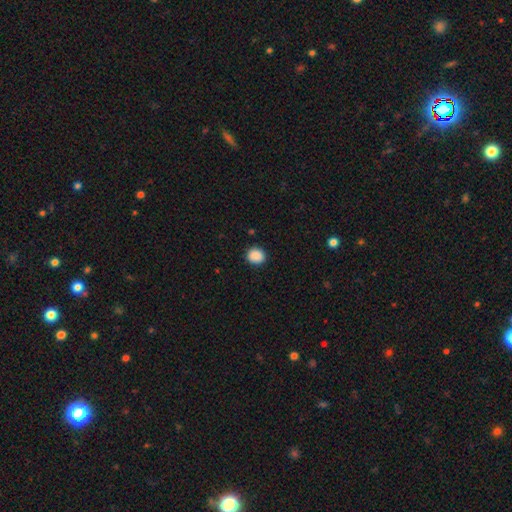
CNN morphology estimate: smooth 89%, star or artifact 9%, featured or disk 2%. Down the decision tree: how rounded — round (77%); merging — none (89%).